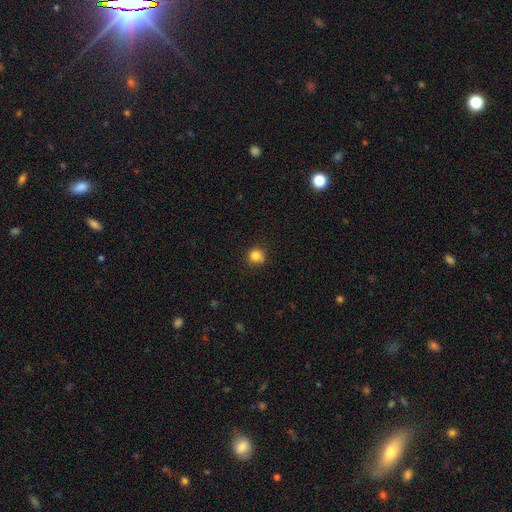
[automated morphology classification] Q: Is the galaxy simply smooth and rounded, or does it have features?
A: smooth — 82%.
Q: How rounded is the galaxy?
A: round — 91%.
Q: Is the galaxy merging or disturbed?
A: none — 76%.